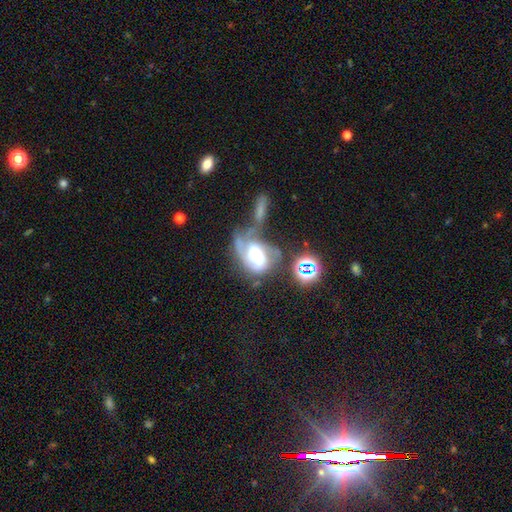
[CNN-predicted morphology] Smooth or featured?
  - featured or disk: 63% *
  - smooth: 25%
  - star or artifact: 12%
Edge-on disk?
  - no: 95% *
  - yes: 5%
Bar?
  - no: 39% *
  - weak: 36%
  - strong: 26%
Spiral arms?
  - yes: 78% *
  - no: 22%
Bulge size?
  - large: 47% *
  - moderate: 31%
  - dominant: 12%
  - small: 5%
  - none: 5%
Merging?
  - merger: 35% *
  - major disturbance: 32%
  - none: 18%
  - minor disturbance: 15%